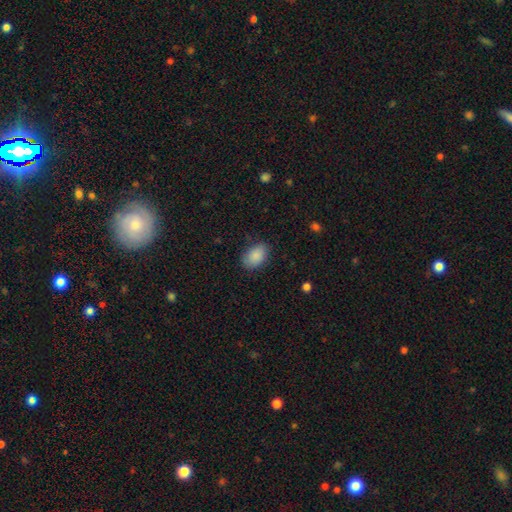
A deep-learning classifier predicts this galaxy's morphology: Smooth or featured? smooth (88%)
How rounded? in between (87%)
Merging? none (81%)